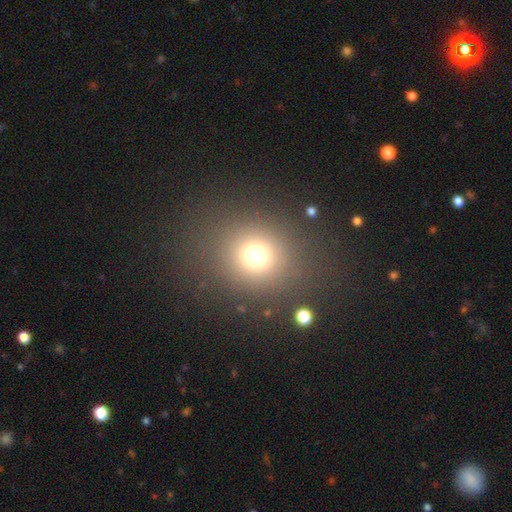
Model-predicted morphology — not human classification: smooth_or_featured: smooth (p=0.71) [alt: star or artifact p=0.21]
how_rounded: round (p=0.88) [alt: in between p=0.11]
merging: none (p=0.84) [alt: minor disturbance p=0.08]